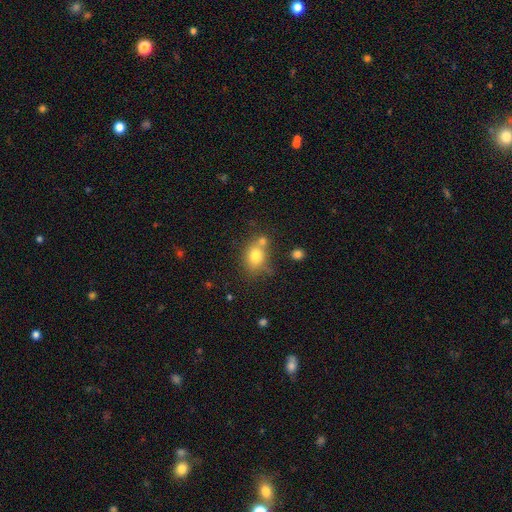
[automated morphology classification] smooth 77%, featured or disk 12%, star or artifact 11%. Down the decision tree: how rounded — in between (50%); merging — none (52%).